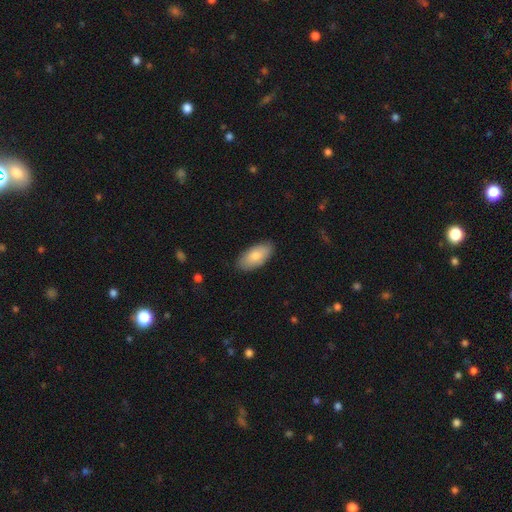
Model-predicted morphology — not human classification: This is clearly a smooth galaxy (80%). How rounded: clearly in between (93%). Merging: clearly none (86%).